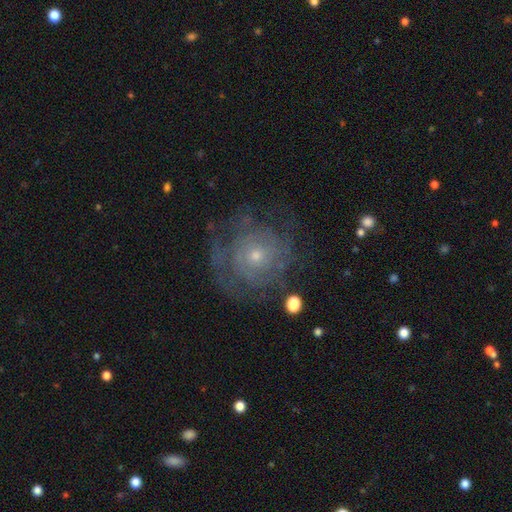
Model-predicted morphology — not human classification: type=featured or disk (62%); edge-on=no (97%); bar=no (87%); spiral arms=yes (61%); bulge=small (66%); merging=none (64%).